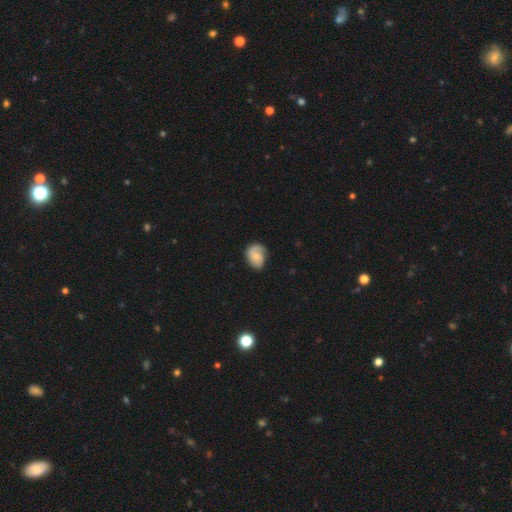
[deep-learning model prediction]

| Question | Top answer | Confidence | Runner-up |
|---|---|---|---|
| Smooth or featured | smooth | 55% | featured or disk (38%) |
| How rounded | in between | 71% | round (28%) |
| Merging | none | 55% | minor disturbance (32%) |